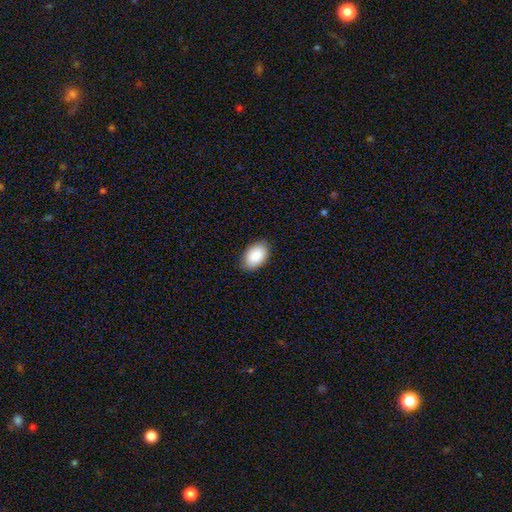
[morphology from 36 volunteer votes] smooth-or-featured: smooth: 89% | featured or disk: 6% | star or artifact: 6%
  how-rounded: in between: 97% | round: 3% | cigar-shaped: 0%
  merging: none: 91% | minor disturbance: 9% | major disturbance: 0% | merger: 0%